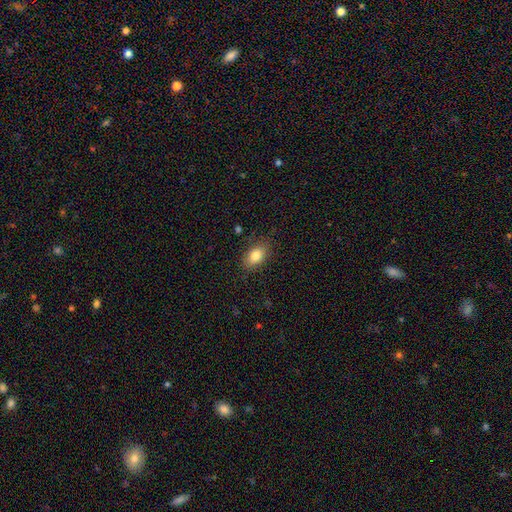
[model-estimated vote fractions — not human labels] Smooth or featured?
  - smooth: 83% *
  - featured or disk: 9%
  - star or artifact: 8%
How rounded?
  - in between: 88% *
  - round: 10%
  - cigar-shaped: 2%
Merging?
  - none: 83% *
  - minor disturbance: 13%
  - major disturbance: 3%
  - merger: 1%